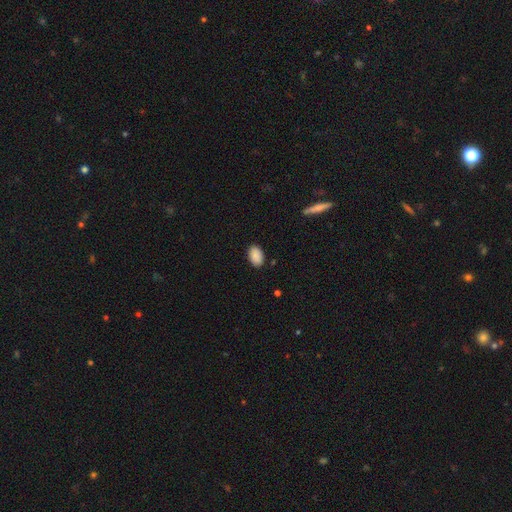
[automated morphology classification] Q: Smooth or featured?
A: smooth (89%); runner-up: star or artifact (7%)
Q: How rounded?
A: in between (91%); runner-up: round (8%)
Q: Merging?
A: none (87%); runner-up: minor disturbance (10%)